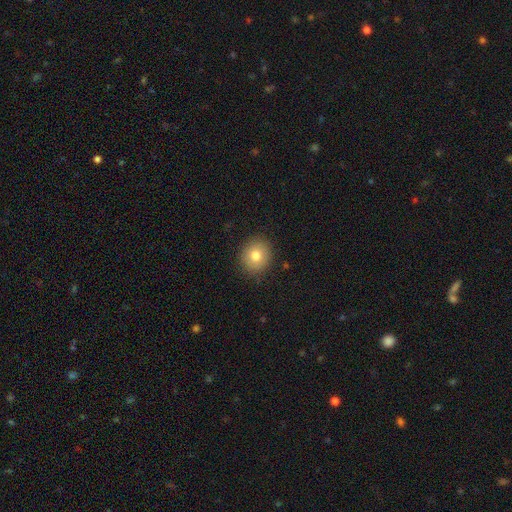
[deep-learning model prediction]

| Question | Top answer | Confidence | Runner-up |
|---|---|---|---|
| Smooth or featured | smooth | 79% | featured or disk (10%) |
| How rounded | round | 81% | in between (18%) |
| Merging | none | 88% | minor disturbance (8%) |